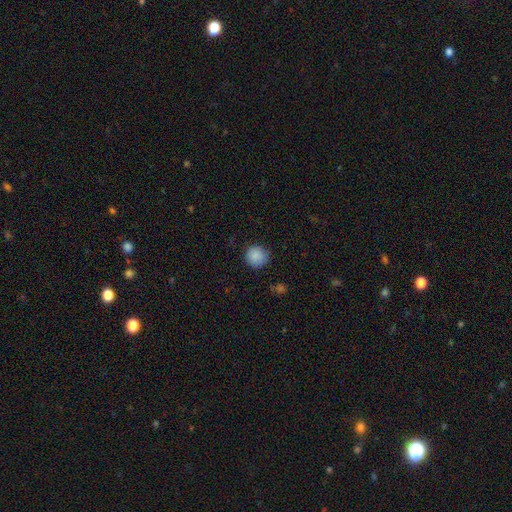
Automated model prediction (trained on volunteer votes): Smooth or featured? Predicted: smooth (p=0.87). How rounded? Predicted: round (p=0.92). Merging? Predicted: none (p=0.83).